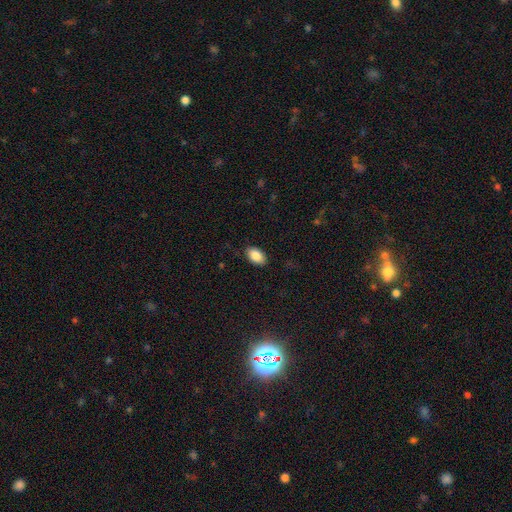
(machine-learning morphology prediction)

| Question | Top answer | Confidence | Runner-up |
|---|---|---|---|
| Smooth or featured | smooth | 87% | star or artifact (7%) |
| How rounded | in between | 92% | round (6%) |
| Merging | none | 87% | minor disturbance (10%) |